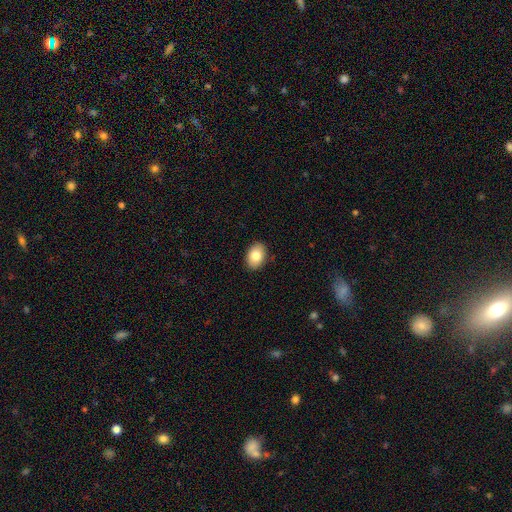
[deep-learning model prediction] Smooth or featured? Predicted: smooth (p=0.82). How rounded? Predicted: in between (p=0.82). Merging? Predicted: none (p=0.89).